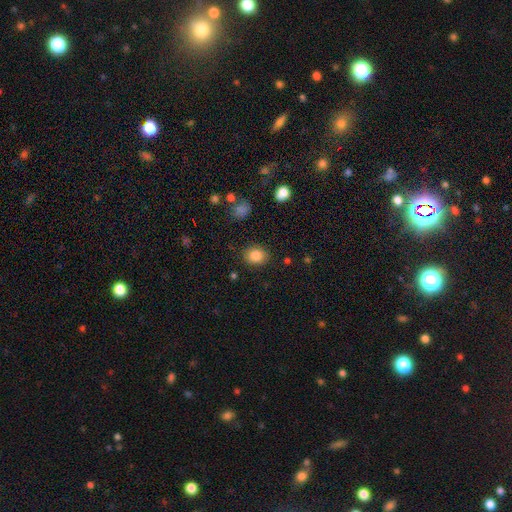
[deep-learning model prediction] This appears to be a smooth galaxy with no disk features (84%) that is round (56%). Merging: none (87%).